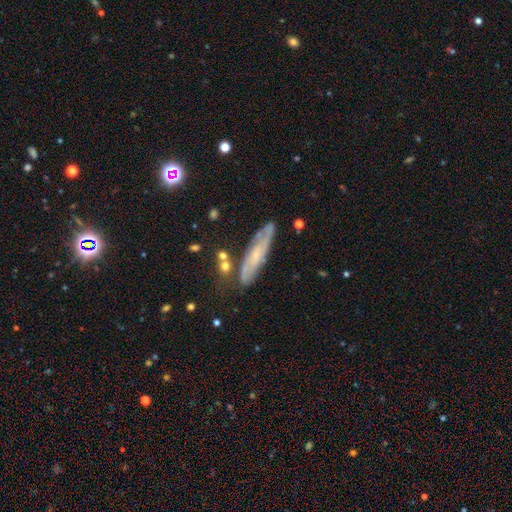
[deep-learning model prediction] Q: Smooth or featured?
A: featured or disk (62%); runner-up: smooth (29%)
Q: Edge-on disk?
A: no (61%); runner-up: yes (39%)
Q: Merging?
A: none (72%); runner-up: minor disturbance (18%)